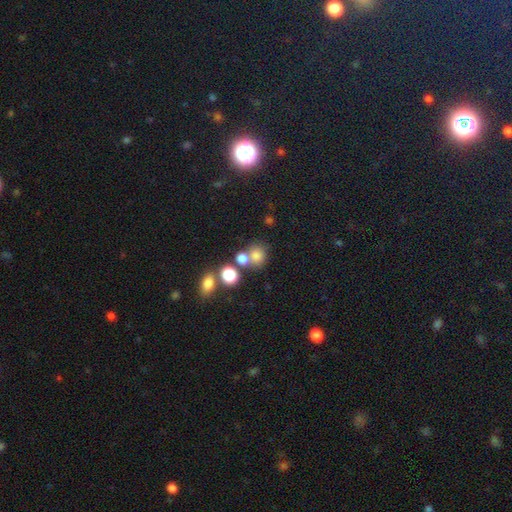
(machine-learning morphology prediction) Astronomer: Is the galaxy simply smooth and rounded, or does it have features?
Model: smooth — 75%.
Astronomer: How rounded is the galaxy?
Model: round — 78%.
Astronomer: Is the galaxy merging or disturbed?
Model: none — 54% (runner-up: merger, 30%).